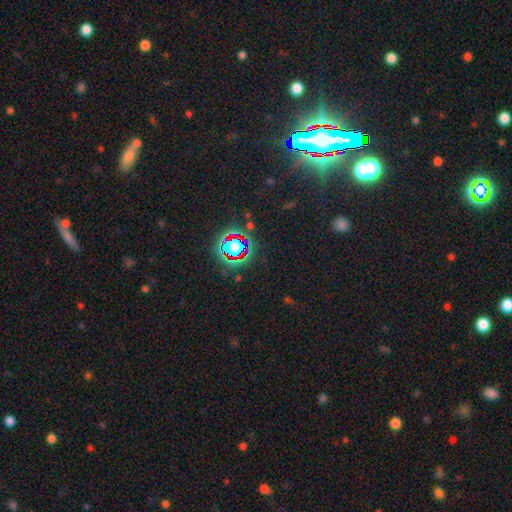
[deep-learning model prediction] This appears to be a star or artifact, not a galaxy (83%).